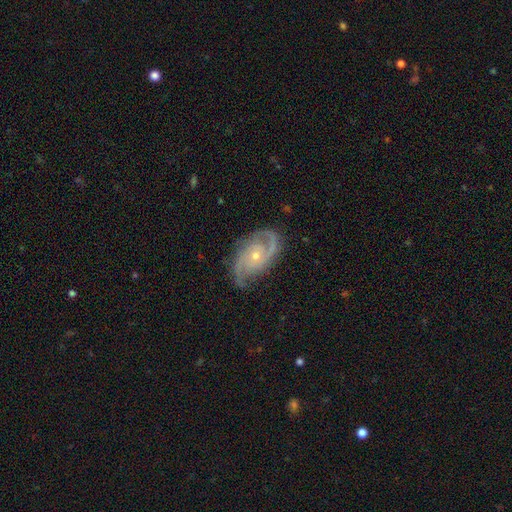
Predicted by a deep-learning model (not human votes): smooth-or-featured: featured or disk: 90% | smooth: 5% | star or artifact: 5%
  disk-edge-on: no: 97% | yes: 3%
    bar: no: 70% | weak: 24% | strong: 6%
    has-spiral-arms: yes: 98% | no: 2%
      spiral-winding: medium: 51% | tight: 36% | loose: 13%
      spiral-arm-count: 2: 80% | 3: 9% | can't tell: 5% | 1: 2% | 4: 2% | more than 4: 2%
    bulge-size: small: 63% | moderate: 34% | large: 1% | none: 1% | dominant: 1%
  merging: none: 77% | minor disturbance: 16% | major disturbance: 5% | merger: 1%